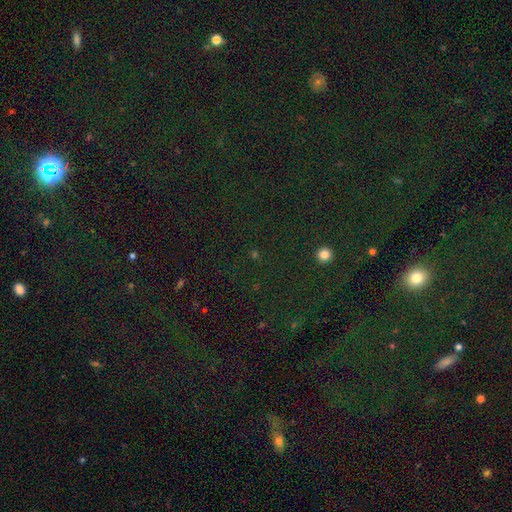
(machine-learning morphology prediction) Q: Smooth or featured?
A: star or artifact (75%); runner-up: smooth (17%)